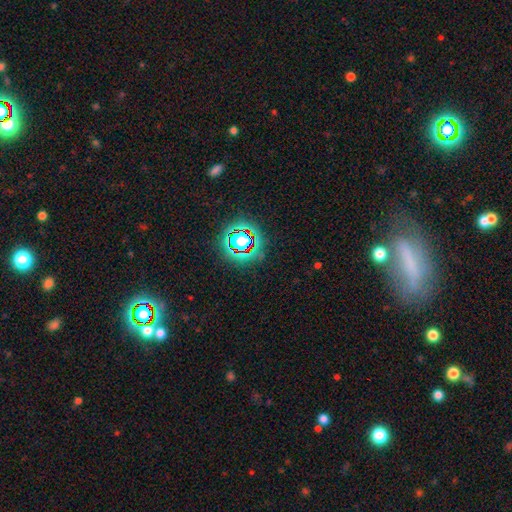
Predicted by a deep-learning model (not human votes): The model was most divided on "smooth or featured": star or artifact: 69%, smooth: 19%, featured or disk: 12%.